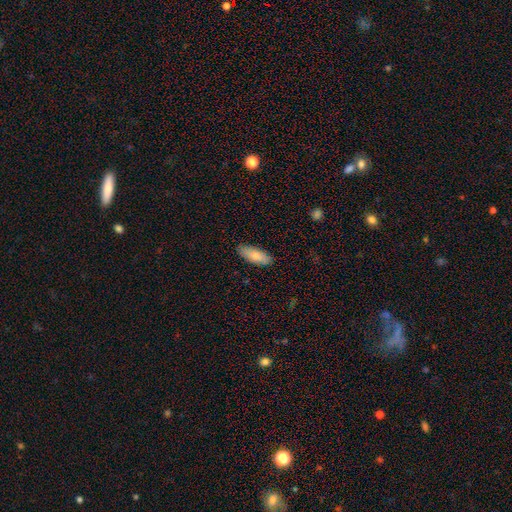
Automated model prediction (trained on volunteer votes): Morphology: type=smooth (82%); roundness=in between (77%); merging=none (87%).